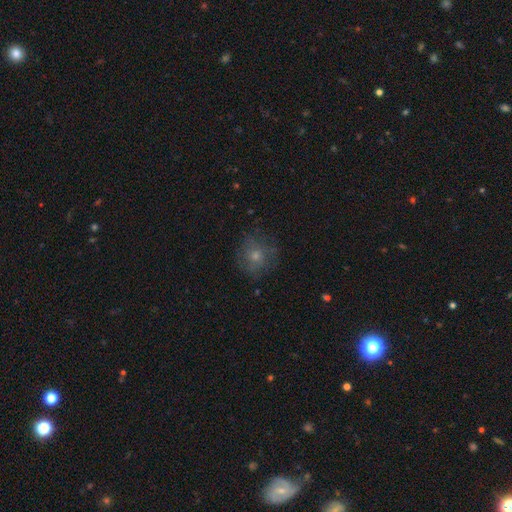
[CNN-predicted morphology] Smooth or featured?
  - smooth: 49% *
  - featured or disk: 29%
  - star or artifact: 22%
Merging?
  - none: 75% *
  - minor disturbance: 16%
  - major disturbance: 8%
  - merger: 1%